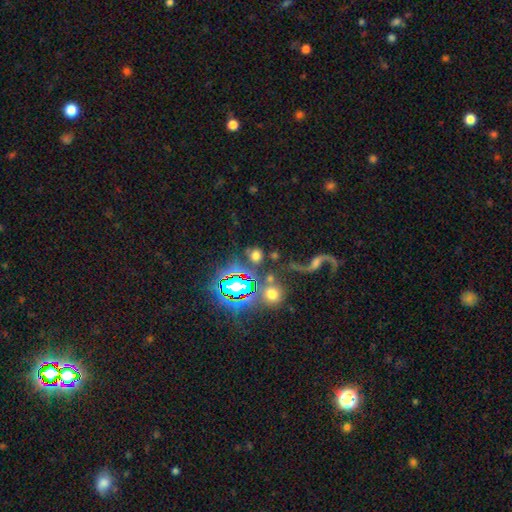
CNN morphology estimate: smooth_or_featured: smooth (p=0.52) [alt: star or artifact p=0.28]
how_rounded: round (p=0.77) [alt: in between p=0.20]
merging: none (p=0.67) [alt: minor disturbance p=0.11]